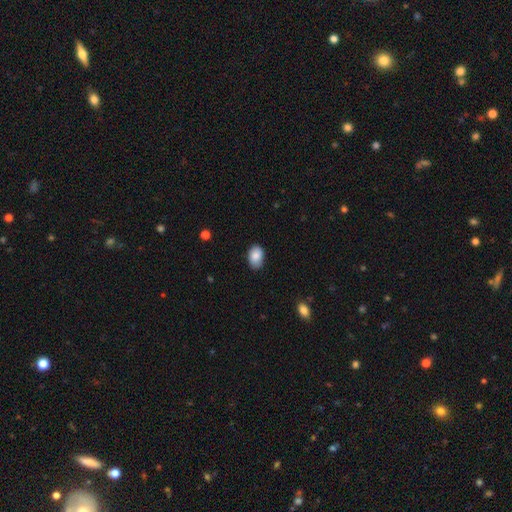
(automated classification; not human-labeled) A smooth galaxy with no disk features (87%) that is in between round and cigar-shaped (86%).

Vote fractions:
- Smooth or featured? smooth: 87% / star or artifact: 7% / featured or disk: 6%
- How rounded? in between: 86% / round: 13% / cigar-shaped: 1%
- Merging? none: 81% / minor disturbance: 15% / major disturbance: 2% / merger: 1%